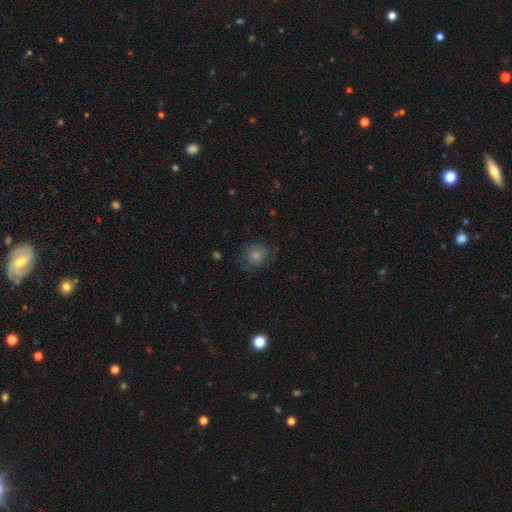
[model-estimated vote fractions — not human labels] Overall: smooth (55%; featured or disk 26%). How rounded: round (74%). Merging: none (74%).